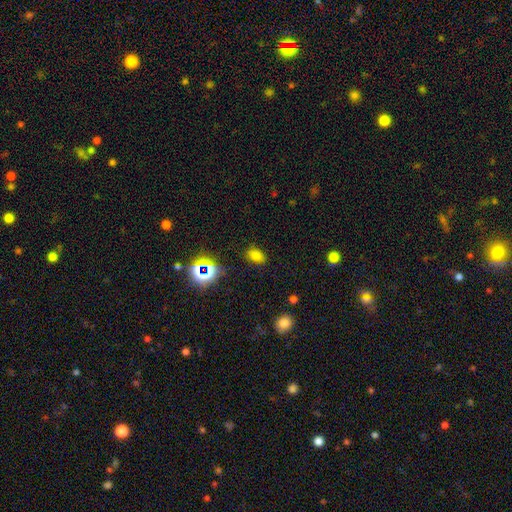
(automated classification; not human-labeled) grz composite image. It shows a smooth galaxy with no disk features (71%) that is in between round and cigar-shaped (79%). Merging: none (83%).